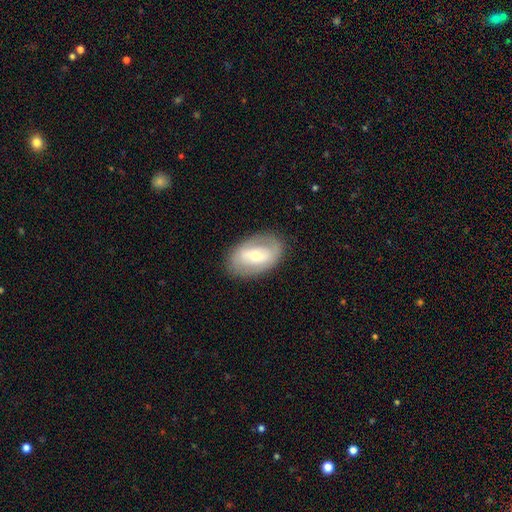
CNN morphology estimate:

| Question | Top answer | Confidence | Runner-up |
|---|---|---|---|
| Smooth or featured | featured or disk | 54% | smooth (39%) |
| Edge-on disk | no | 91% | yes (9%) |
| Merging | none | 81% | minor disturbance (13%) |